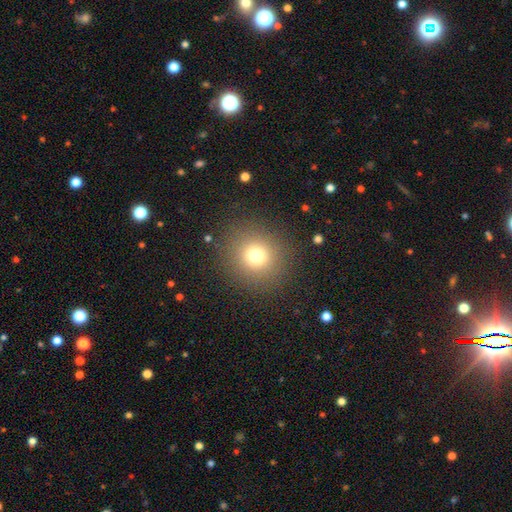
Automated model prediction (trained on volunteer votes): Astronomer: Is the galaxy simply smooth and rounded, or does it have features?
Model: smooth — 73%.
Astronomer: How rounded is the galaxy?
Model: round — 90%.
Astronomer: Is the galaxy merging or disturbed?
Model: none — 88%.